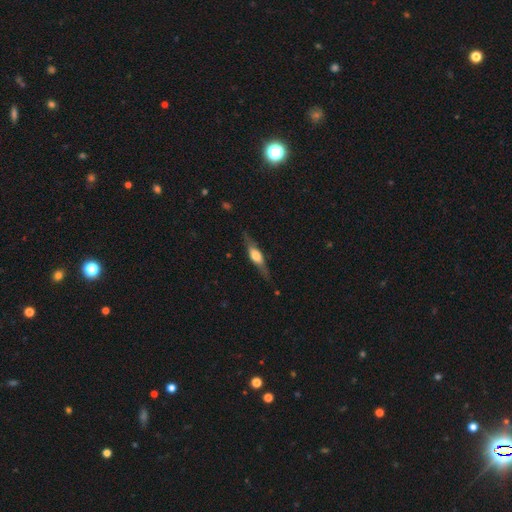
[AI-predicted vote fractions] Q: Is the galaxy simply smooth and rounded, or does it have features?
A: featured or disk — 64%.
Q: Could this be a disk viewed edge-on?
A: yes — 92%.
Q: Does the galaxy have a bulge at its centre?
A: rounded — 81%.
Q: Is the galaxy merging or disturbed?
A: none — 78%.